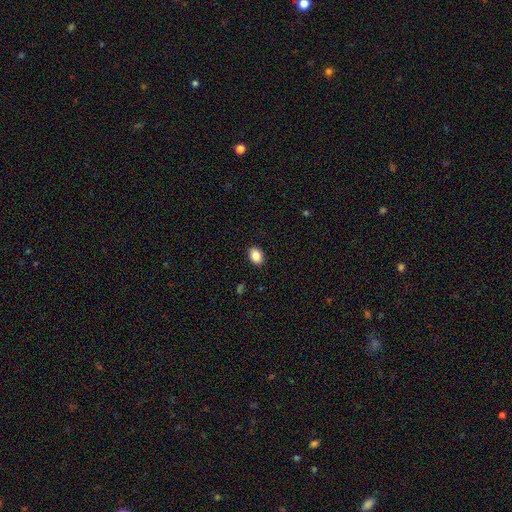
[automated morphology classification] smooth-or-featured: smooth: 86% | star or artifact: 8% | featured or disk: 5%
  how-rounded: in between: 72% | round: 27% | cigar-shaped: 1%
  merging: none: 90% | minor disturbance: 7% | major disturbance: 2% | merger: 1%